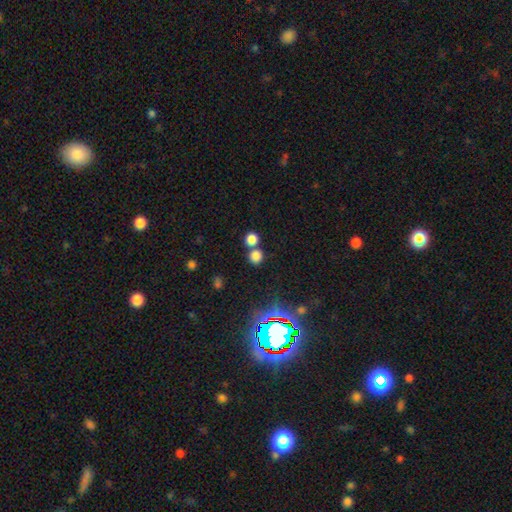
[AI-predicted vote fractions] This appears to be a smooth galaxy with no disk features (75%) that is round (87%). Merging: none (59%).